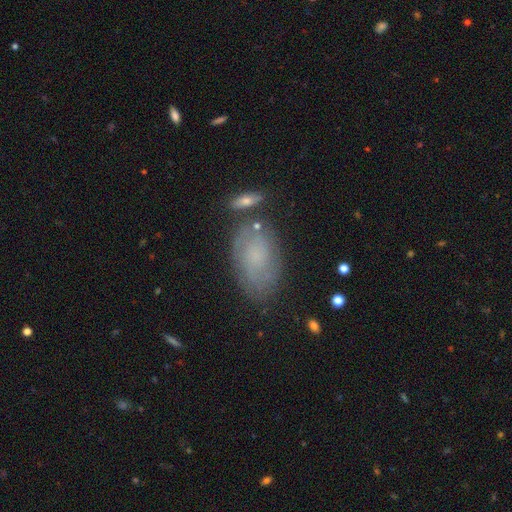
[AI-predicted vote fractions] This is possibly a smooth galaxy (50%). Merging: likely none (64%).